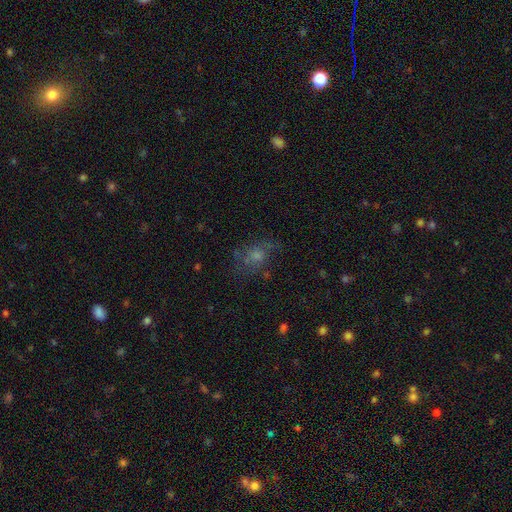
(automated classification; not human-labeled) This appears to be a smooth galaxy with no disk features (46%). Merging: none (49%).